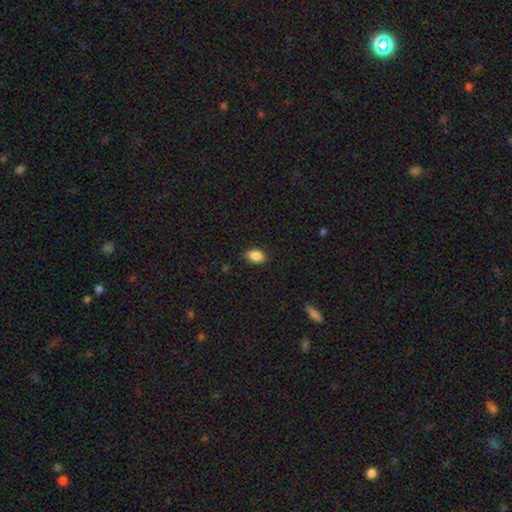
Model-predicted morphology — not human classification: Smooth or featured? Predicted: smooth (p=0.88). How rounded? Predicted: in between (p=0.90). Merging? Predicted: none (p=0.87).